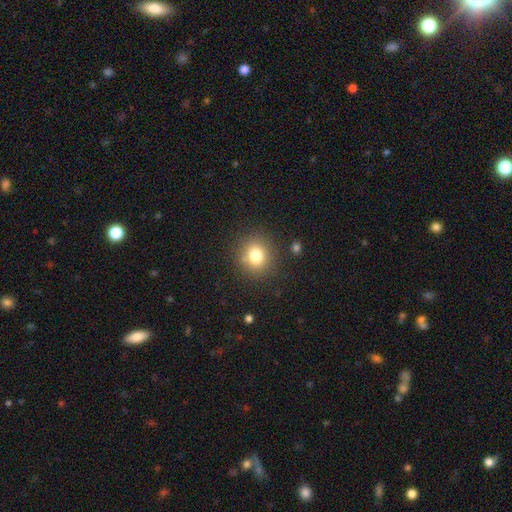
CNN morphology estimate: smooth 78%, star or artifact 13%, featured or disk 9%. Down the decision tree: how rounded — round (86%); merging — none (85%).